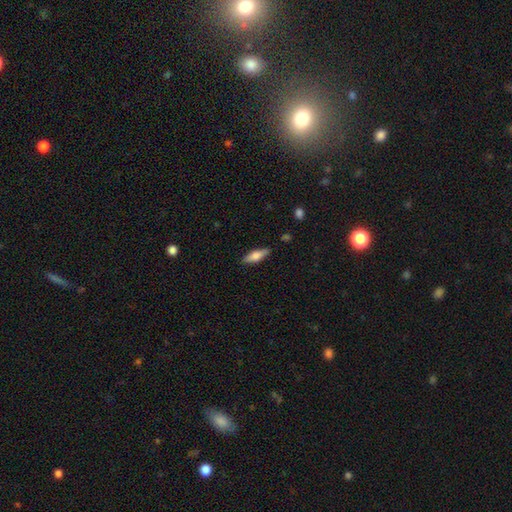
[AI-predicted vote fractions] Smooth or featured? smooth (62%)
How rounded? in between (51%)
Merging? none (86%)